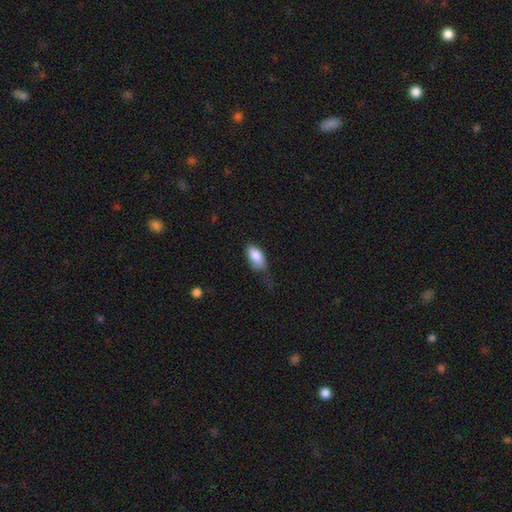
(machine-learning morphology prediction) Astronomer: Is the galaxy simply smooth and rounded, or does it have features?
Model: smooth — 85%.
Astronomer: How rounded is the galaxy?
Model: in between — 92%.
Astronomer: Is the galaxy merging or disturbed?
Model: none — 43% (runner-up: minor disturbance, 38%).